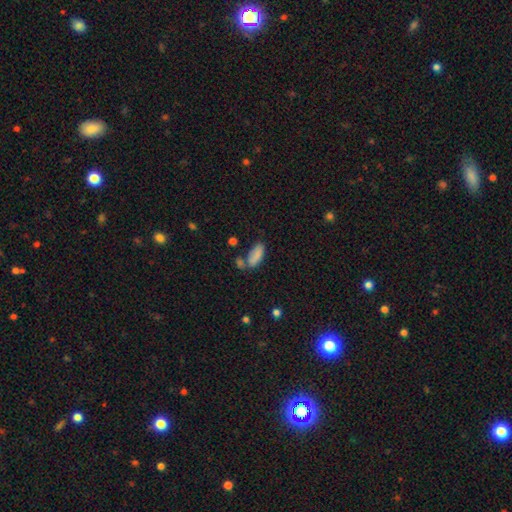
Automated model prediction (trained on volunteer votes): Morphology: type=smooth (82%); roundness=in between (81%); merging=none (50%).